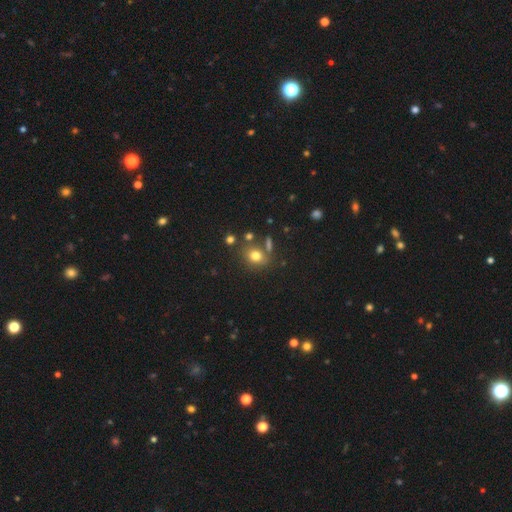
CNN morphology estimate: type=smooth (75%); roundness=round (59%); merging=none (69%).